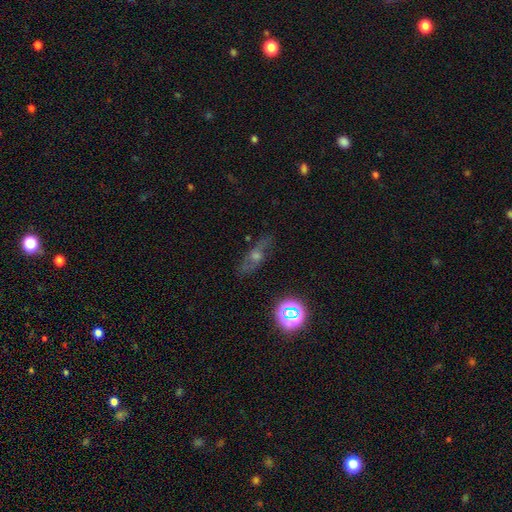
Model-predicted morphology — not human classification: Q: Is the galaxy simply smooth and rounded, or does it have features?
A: featured or disk — 48%.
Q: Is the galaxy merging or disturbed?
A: none — 76%.